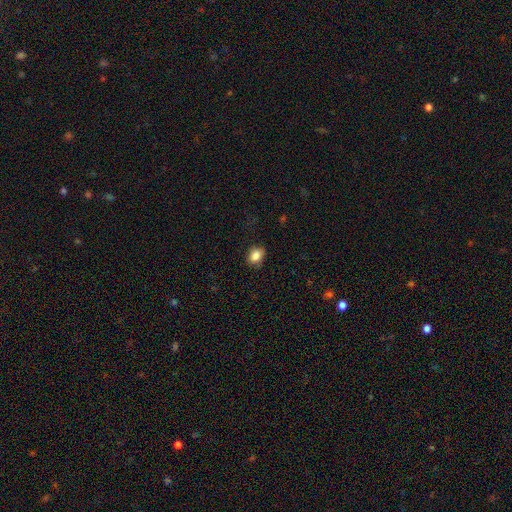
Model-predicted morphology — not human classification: Smooth or featured? Predicted: smooth (p=0.86). How rounded? Predicted: in between (p=0.59). Merging? Predicted: none (p=0.82).